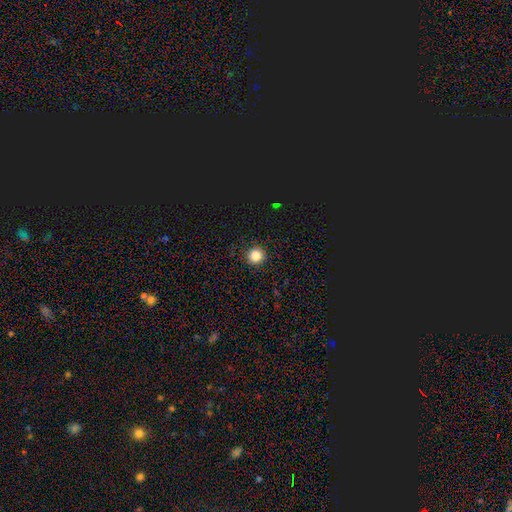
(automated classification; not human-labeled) Morphology: type=smooth (84%); roundness=round (95%); merging=none (92%).